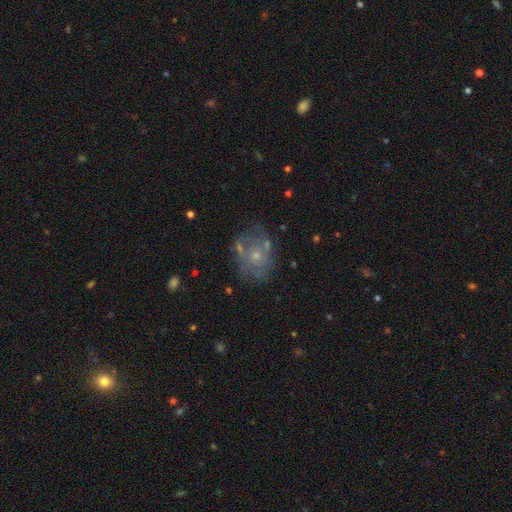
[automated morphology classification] This is possibly a featured or disk galaxy (59%). It is clearly not viewed edge-on (97%). Bar: clearly no (88%). Spiral arm pattern: possibly no (55%). Central bulge: likely small (63%). Merging: possibly none (55%).